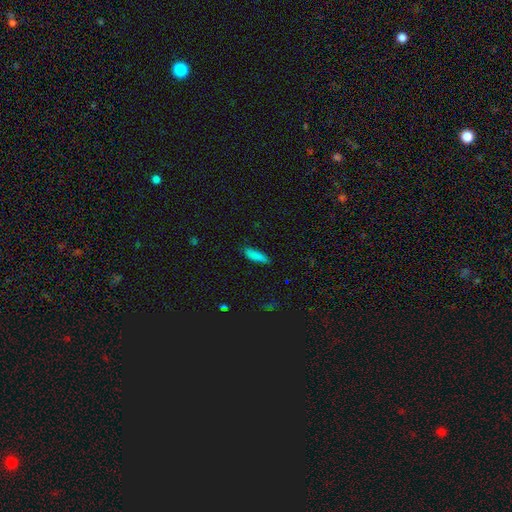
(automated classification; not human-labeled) A smooth galaxy with no disk features (85%) that is cigar-shaped (59%).

Vote fractions:
- Smooth or featured? smooth: 85% / star or artifact: 8% / featured or disk: 7%
- How rounded? cigar-shaped: 59% / in between: 40% / round: 2%
- Merging? none: 82% / minor disturbance: 14% / major disturbance: 3% / merger: 1%